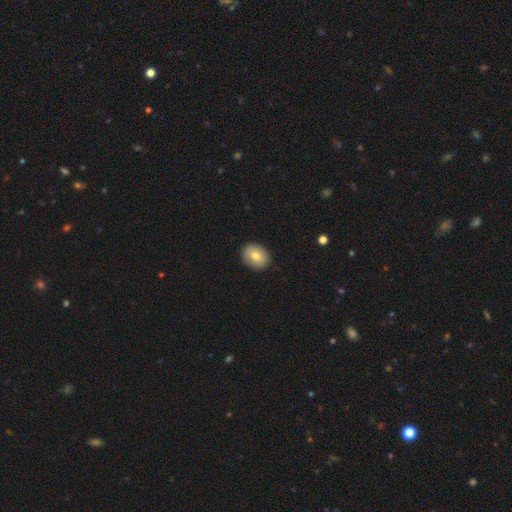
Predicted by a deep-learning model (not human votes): Smooth or featured?
  - smooth: 79% *
  - featured or disk: 13%
  - star or artifact: 8%
How rounded?
  - in between: 52% *
  - round: 47%
  - cigar-shaped: 1%
Merging?
  - none: 90% *
  - minor disturbance: 8%
  - major disturbance: 2%
  - merger: 1%